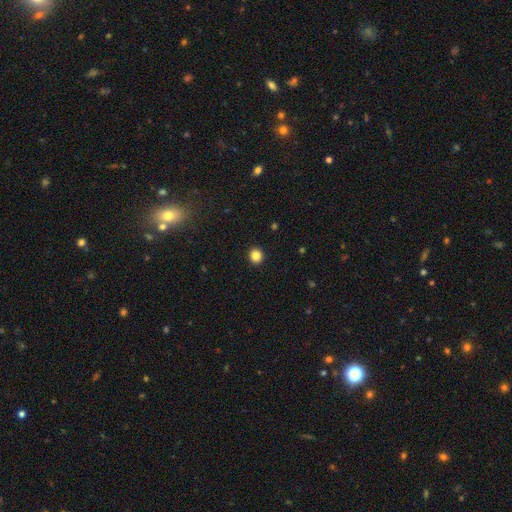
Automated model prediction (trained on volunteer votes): The model was most divided on "smooth or featured": smooth: 84%, star or artifact: 11%, featured or disk: 5%. More confident: merging — none (93%); how rounded — round (89%).